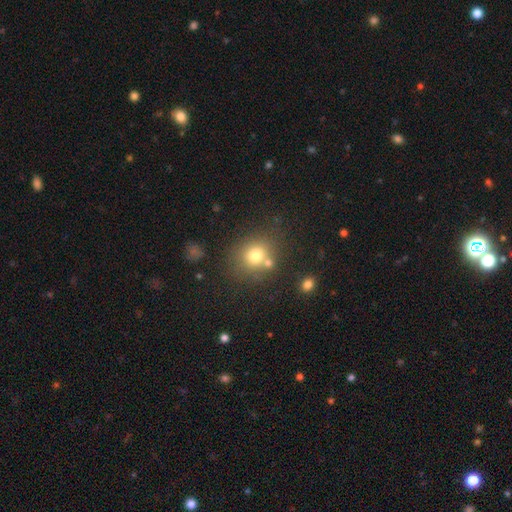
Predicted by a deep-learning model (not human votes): Smooth or featured? Predicted: smooth (p=0.73). How rounded? Predicted: round (p=0.76). Merging? Predicted: none (p=0.62).